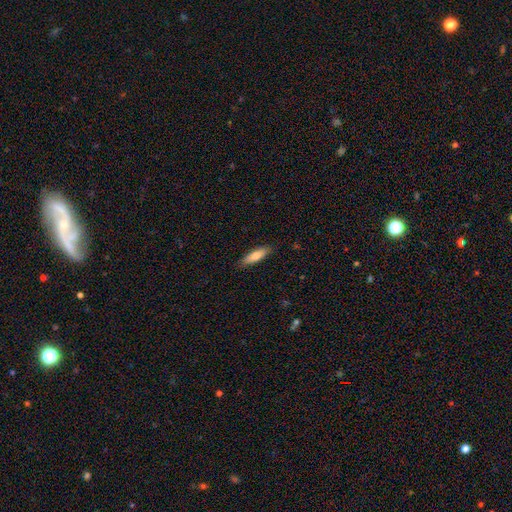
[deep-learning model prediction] smooth_or_featured: smooth (p=0.76) [alt: featured or disk p=0.18]
how_rounded: cigar-shaped (p=0.59) [alt: in between p=0.40]
merging: none (p=0.87) [alt: minor disturbance p=0.10]